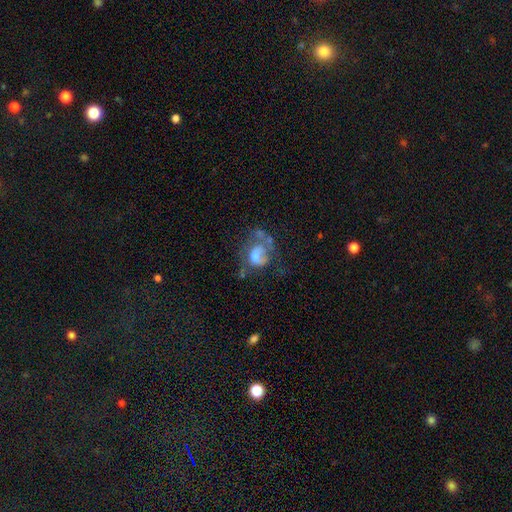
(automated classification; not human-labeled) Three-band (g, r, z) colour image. It shows a featured or disk galaxy (52%) with no bar (74%), no spiral arms (60%) and a moderate central bulge (48%). Merging: major disturbance (42%).